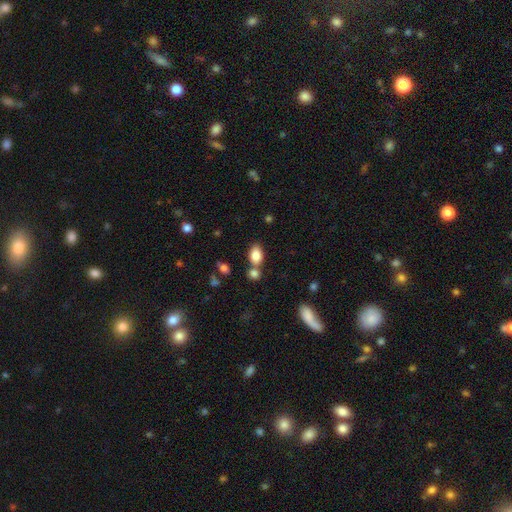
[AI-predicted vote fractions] A smooth galaxy with no disk features (84%) that is in between round and cigar-shaped (87%).

Vote fractions:
- Smooth or featured? smooth: 84% / star or artifact: 8% / featured or disk: 8%
- How rounded? in between: 87% / round: 11% / cigar-shaped: 2%
- Merging? none: 60% / merger: 25% / minor disturbance: 12% / major disturbance: 4%